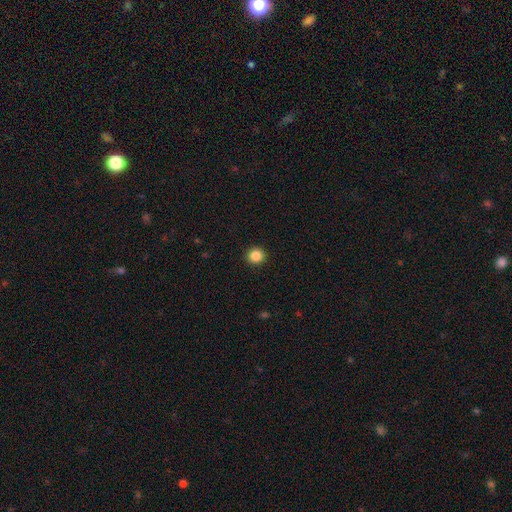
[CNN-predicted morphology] Smooth or featured? Predicted: smooth (p=0.86). How rounded? Predicted: round (p=0.92). Merging? Predicted: none (p=0.93).